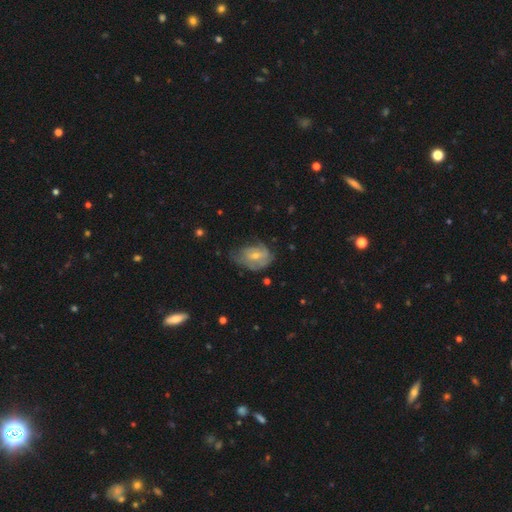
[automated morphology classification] featured or disk 58%, smooth 35%, star or artifact 7%. Down the decision tree: edge-on disk — no (96%); bar — no (56%); spiral arms — yes (69%); bulge size — small (52%); merging — none (42%).